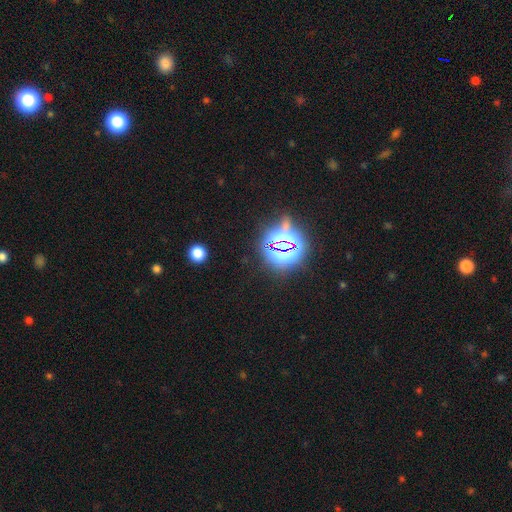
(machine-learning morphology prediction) A star or artifact, not a galaxy (84%).

Vote fractions:
- Smooth or featured? star or artifact: 84% / smooth: 10% / featured or disk: 5%